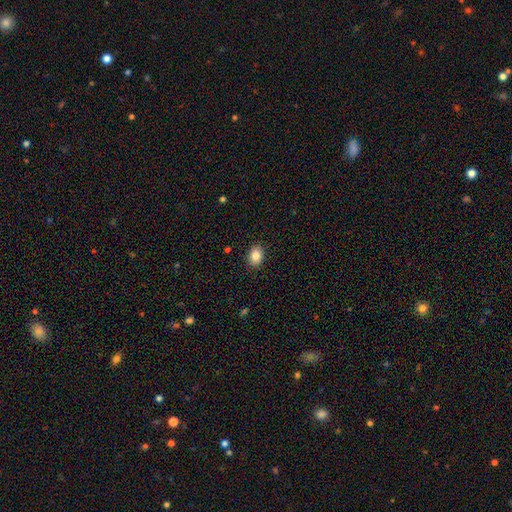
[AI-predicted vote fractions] smooth-or-featured: smooth: 86% | star or artifact: 8% | featured or disk: 6%
  how-rounded: in between: 70% | round: 29% | cigar-shaped: 1%
  merging: none: 89% | minor disturbance: 8% | major disturbance: 2% | merger: 1%